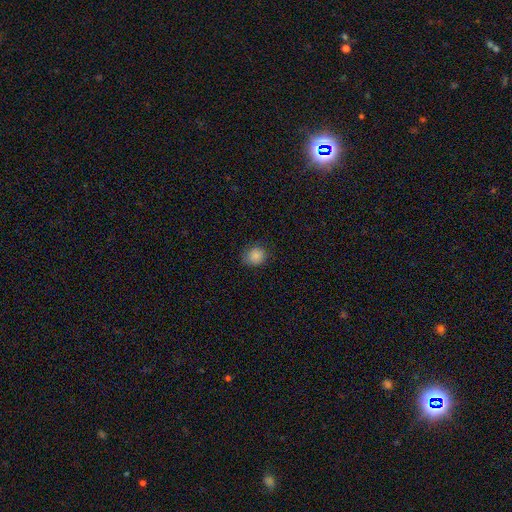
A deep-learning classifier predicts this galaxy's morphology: This is clearly a smooth galaxy (86%). How rounded: likely round (71%). Merging: clearly none (81%).